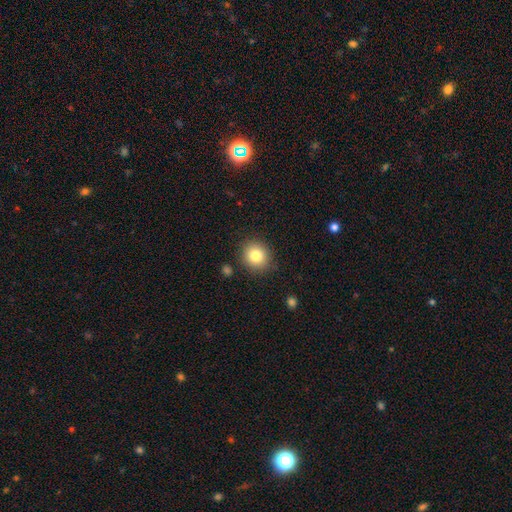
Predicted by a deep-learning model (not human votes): Smooth or featured? smooth (82%)
How rounded? round (84%)
Merging? none (87%)